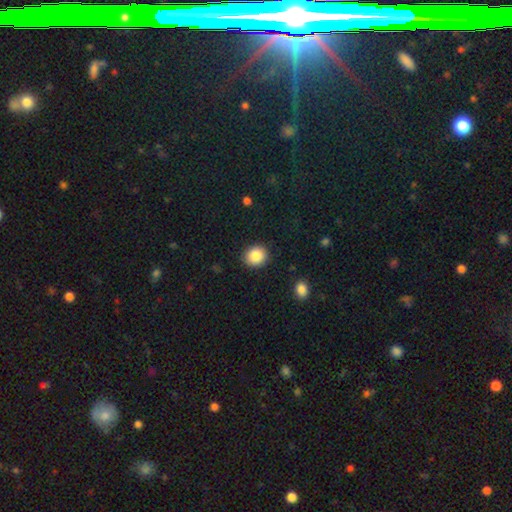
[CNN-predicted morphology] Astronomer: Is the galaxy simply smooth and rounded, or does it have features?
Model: smooth — 87%.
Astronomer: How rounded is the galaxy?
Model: round — 74%.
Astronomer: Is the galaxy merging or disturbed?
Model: none — 90%.